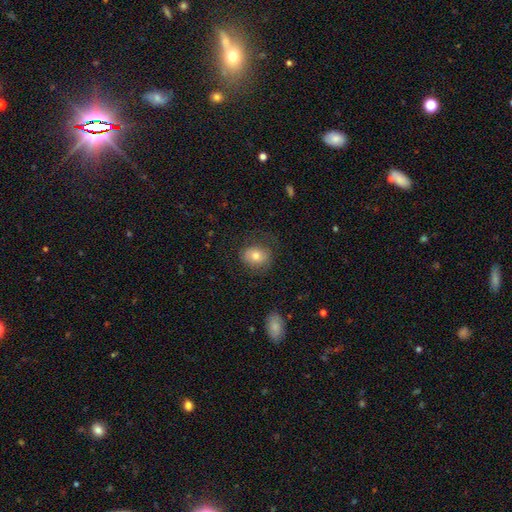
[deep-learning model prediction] This is likely a smooth galaxy (73%). How rounded: possibly round (50%). Merging: likely none (70%).